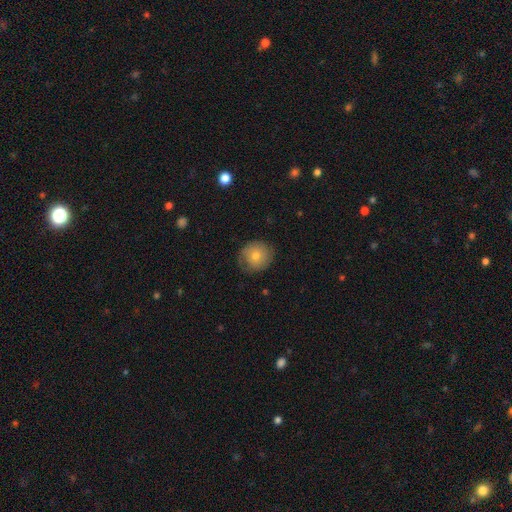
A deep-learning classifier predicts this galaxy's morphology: Smooth or featured? smooth (71%)
How rounded? round (88%)
Merging? none (75%)